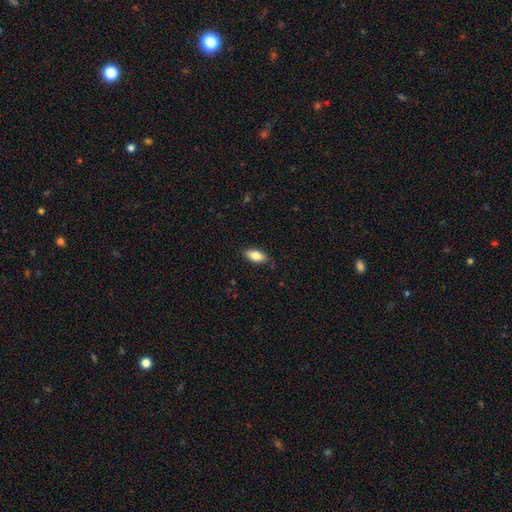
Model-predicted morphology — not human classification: A smooth galaxy with no disk features (81%) that is in between round and cigar-shaped (89%).

Vote fractions:
- Smooth or featured? smooth: 81% / featured or disk: 12% / star or artifact: 7%
- How rounded? in between: 89% / cigar-shaped: 8% / round: 3%
- Merging? none: 84% / minor disturbance: 13% / major disturbance: 2% / merger: 1%